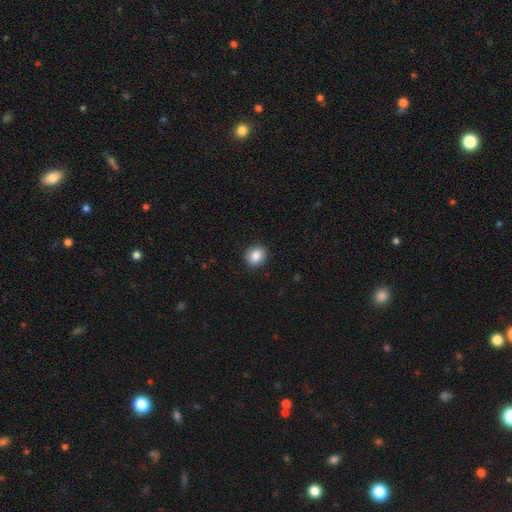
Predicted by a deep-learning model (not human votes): Morphology: type=smooth (87%); roundness=round (70%); merging=none (90%).